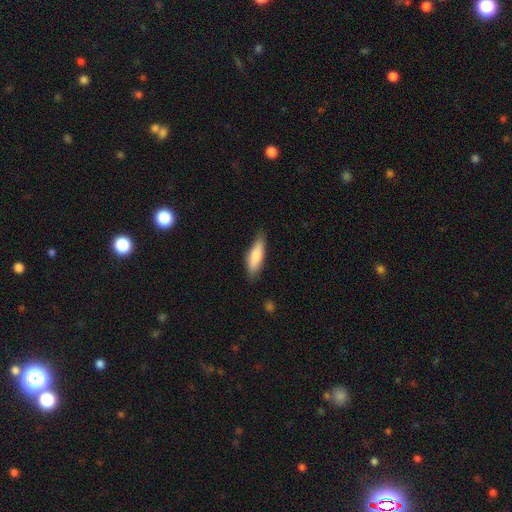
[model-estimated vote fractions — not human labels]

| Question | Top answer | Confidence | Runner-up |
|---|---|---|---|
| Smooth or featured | smooth | 75% | featured or disk (19%) |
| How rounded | cigar-shaped | 53% | in between (45%) |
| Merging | none | 81% | minor disturbance (15%) |